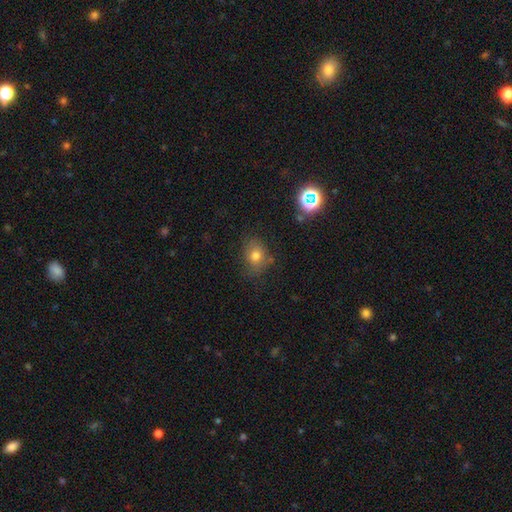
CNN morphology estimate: Q: Smooth or featured?
A: smooth (73%); runner-up: star or artifact (15%)
Q: How rounded?
A: round (54%); runner-up: in between (45%)
Q: Merging?
A: none (68%); runner-up: minor disturbance (21%)